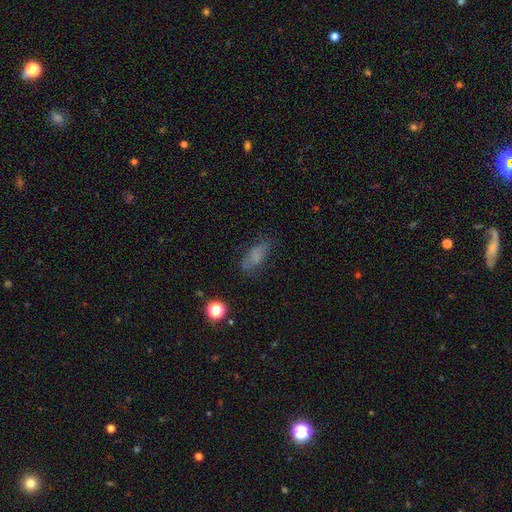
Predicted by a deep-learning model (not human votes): Smooth or featured? smooth (63%)
How rounded? in between (73%)
Merging? none (66%)